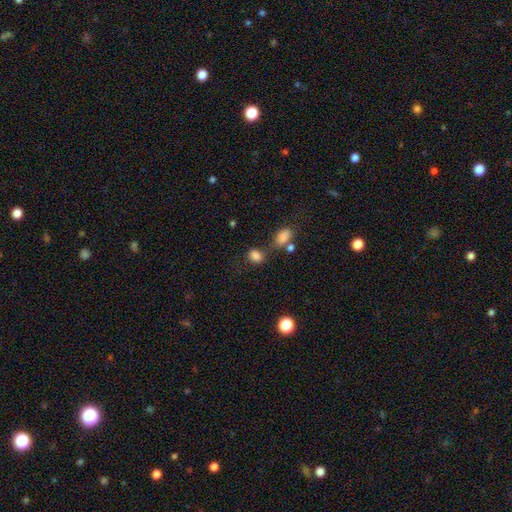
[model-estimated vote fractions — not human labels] A smooth galaxy with no disk features (81%) that is in between round and cigar-shaped (65%).

Vote fractions:
- Smooth or featured? smooth: 81% / star or artifact: 13% / featured or disk: 6%
- How rounded? in between: 65% / round: 34% / cigar-shaped: 2%
- Merging? none: 55% / merger: 19% / minor disturbance: 18% / major disturbance: 8%